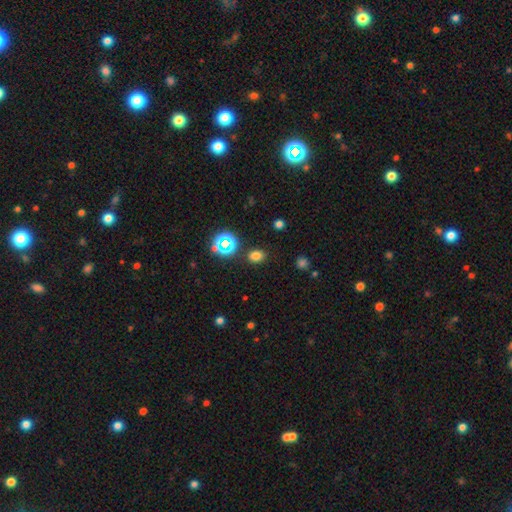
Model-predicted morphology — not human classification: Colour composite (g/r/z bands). It shows a smooth galaxy with no disk features (72%) that is in between round and cigar-shaped (59%). Merging: none (85%).